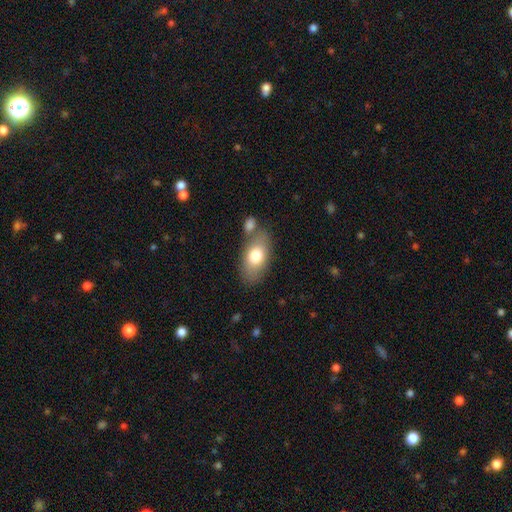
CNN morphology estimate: smooth-or-featured: smooth: 74% | featured or disk: 19% | star or artifact: 7%
  how-rounded: in between: 91% | round: 6% | cigar-shaped: 3%
  merging: none: 66% | merger: 15% | minor disturbance: 14% | major disturbance: 5%